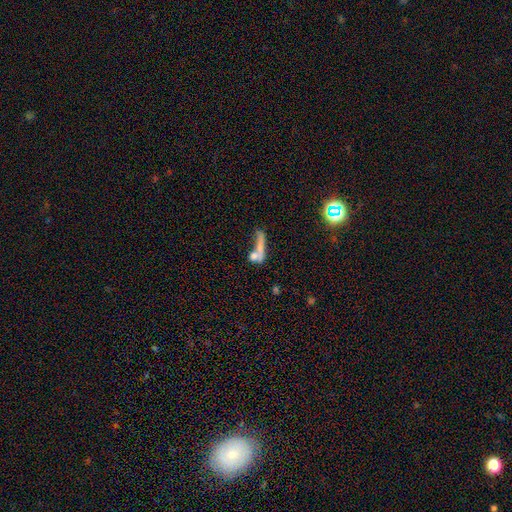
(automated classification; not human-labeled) Q: Smooth or featured?
A: smooth (60%); runner-up: featured or disk (27%)
Q: How rounded?
A: cigar-shaped (64%); runner-up: in between (23%)
Q: Merging?
A: merger (40%); runner-up: none (34%)